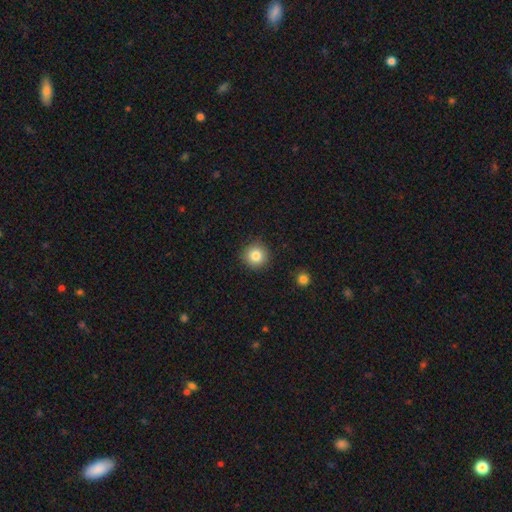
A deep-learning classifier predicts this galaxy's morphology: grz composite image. It shows a smooth galaxy with no disk features (82%) that is round (94%). Merging: none (90%).